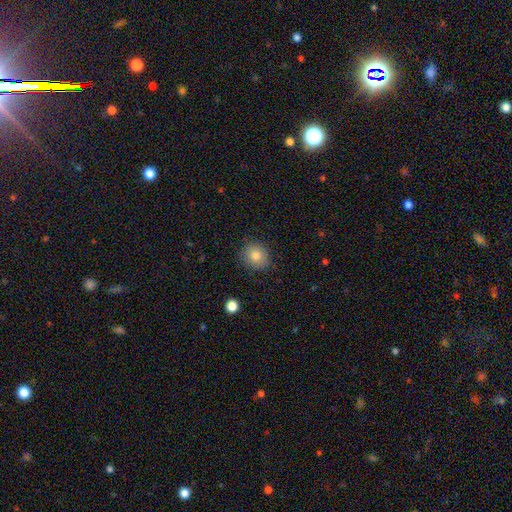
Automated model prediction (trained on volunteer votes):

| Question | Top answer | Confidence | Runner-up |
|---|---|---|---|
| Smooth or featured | smooth | 80% | featured or disk (10%) |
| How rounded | round | 80% | in between (19%) |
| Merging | none | 84% | minor disturbance (12%) |